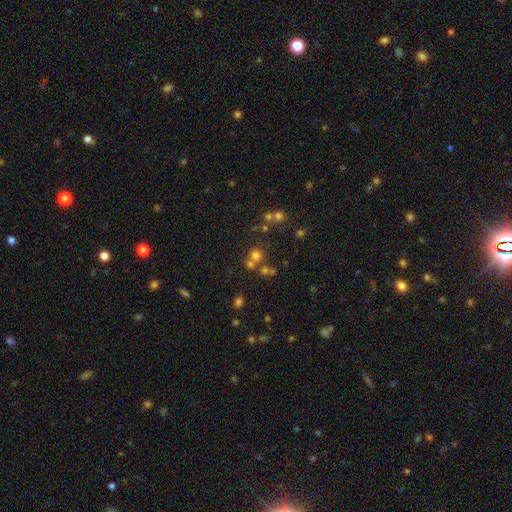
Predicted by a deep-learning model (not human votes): smooth_or_featured: smooth (p=0.61) [alt: star or artifact p=0.26]
how_rounded: round (p=0.89) [alt: in between p=0.10]
merging: none (p=0.57) [alt: merger p=0.32]